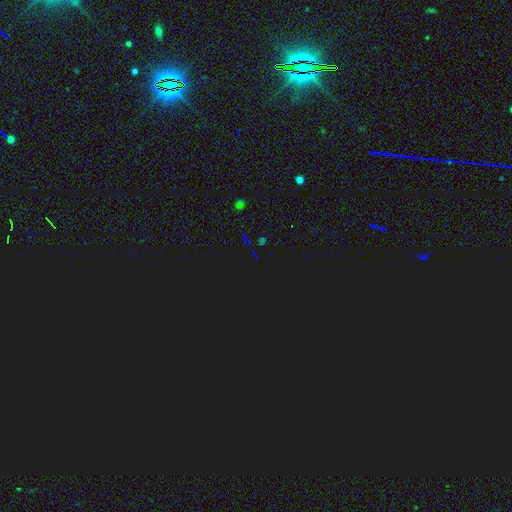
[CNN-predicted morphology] The model was most divided on "smooth or featured": star or artifact: 78%, smooth: 14%, featured or disk: 8%.